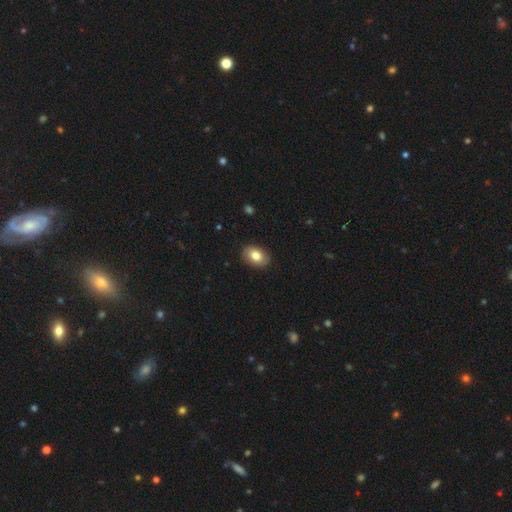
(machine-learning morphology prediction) A smooth galaxy with no disk features (81%) that is in between round and cigar-shaped (80%).

Vote fractions:
- Smooth or featured? smooth: 81% / featured or disk: 12% / star or artifact: 7%
- How rounded? in between: 80% / round: 18% / cigar-shaped: 1%
- Merging? none: 87% / minor disturbance: 10% / major disturbance: 2% / merger: 1%